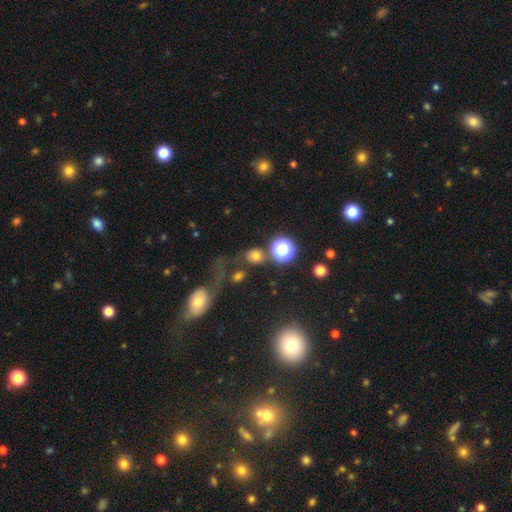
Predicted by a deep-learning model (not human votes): Overall: smooth (72%). How rounded: round (78%). Merging: none (62%).